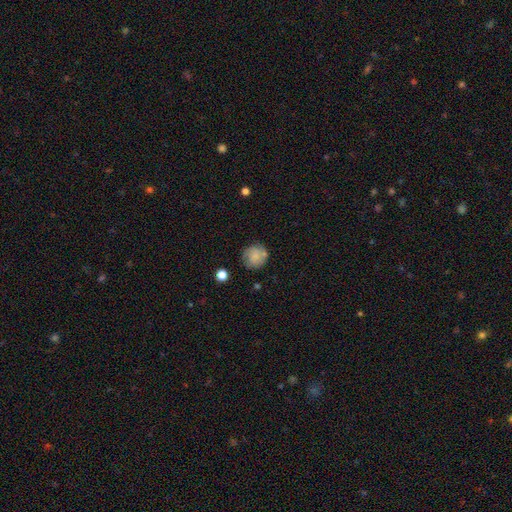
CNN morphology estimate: Smooth or featured? Predicted: smooth (p=0.74). How rounded? Predicted: round (p=0.88). Merging? Predicted: none (p=0.72).